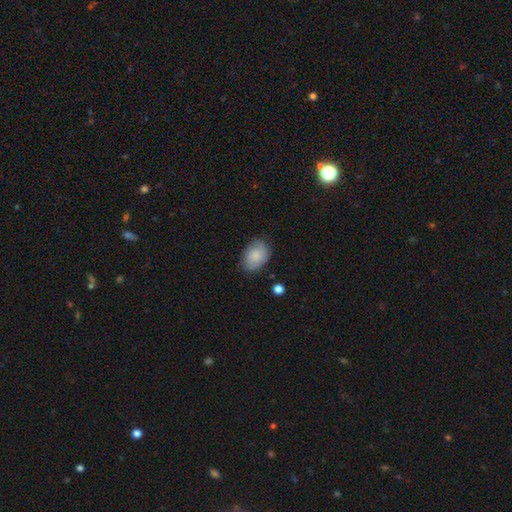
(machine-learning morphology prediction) A smooth galaxy with no disk features (82%) that is in between round and cigar-shaped (83%). Merging: none (78%).